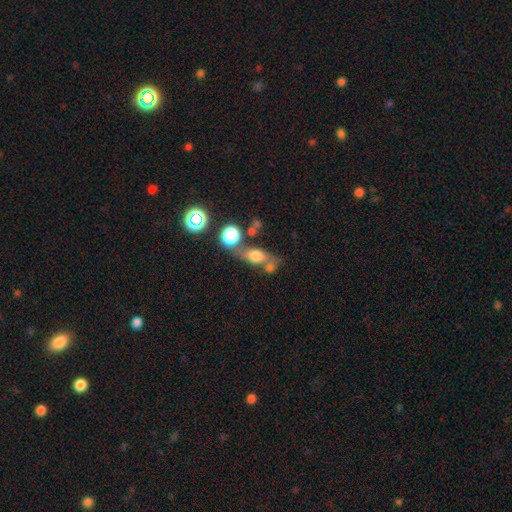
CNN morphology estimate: smooth 63%, featured or disk 24%, star or artifact 13%. Down the decision tree: how rounded — in between (63%); merging — none (43%).